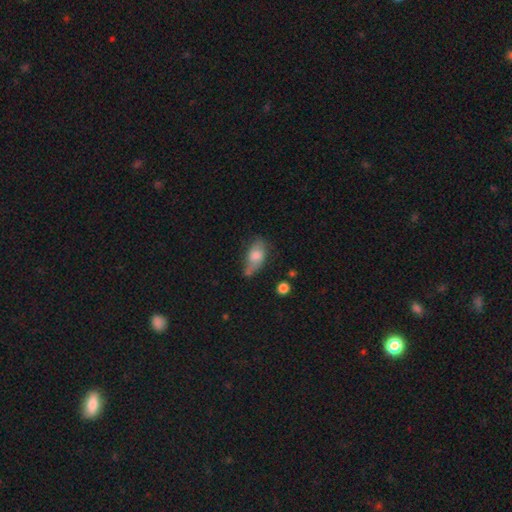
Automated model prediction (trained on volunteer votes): smooth_or_featured: smooth (p=0.68) [alt: featured or disk p=0.25]
how_rounded: in between (p=0.87) [alt: cigar-shaped p=0.07]
merging: none (p=0.48) [alt: minor disturbance p=0.32]